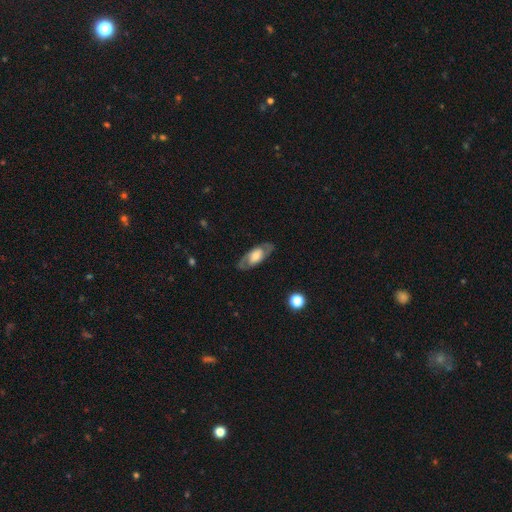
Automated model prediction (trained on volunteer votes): This is likely a featured or disk galaxy (63%). It is clearly not viewed edge-on (84%). Bar: likely no (63%). Spiral arm pattern: likely yes (66%). Central bulge: marginally moderate (45%). Merging: clearly none (81%).